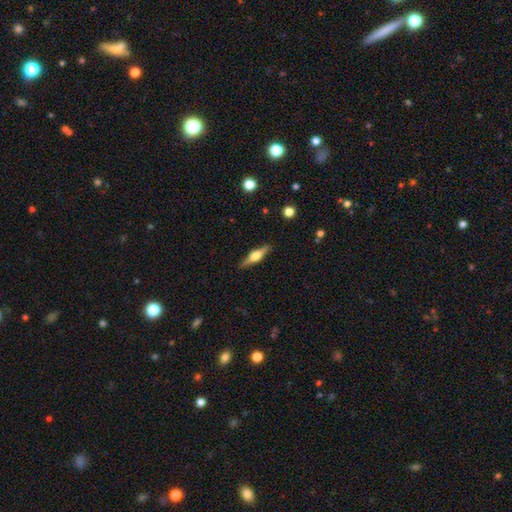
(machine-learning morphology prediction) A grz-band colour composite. It shows a featured or disk galaxy (62%) viewed edge-on (96%) with a rounded central bulge (91%). Merging: none (89%).